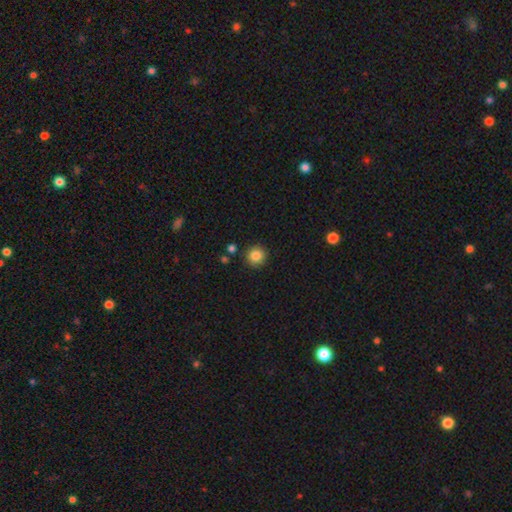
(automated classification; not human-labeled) A smooth galaxy with no disk features (85%) that is round (93%). Merging: none (89%).